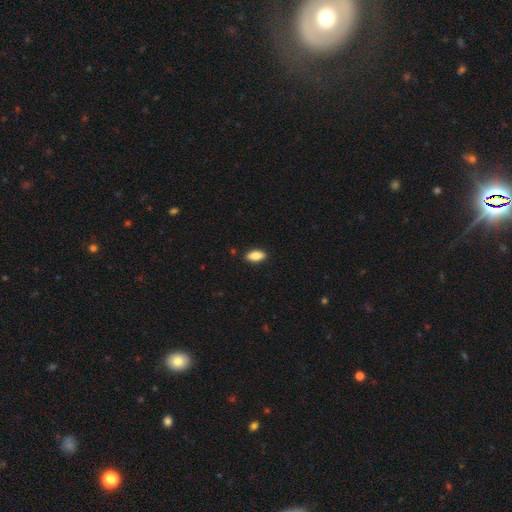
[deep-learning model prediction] Smooth or featured: smooth — 84% (featured or disk — 9%)
How rounded: in between — 88% (cigar-shaped — 10%)
Merging: none — 88% (minor disturbance — 9%)